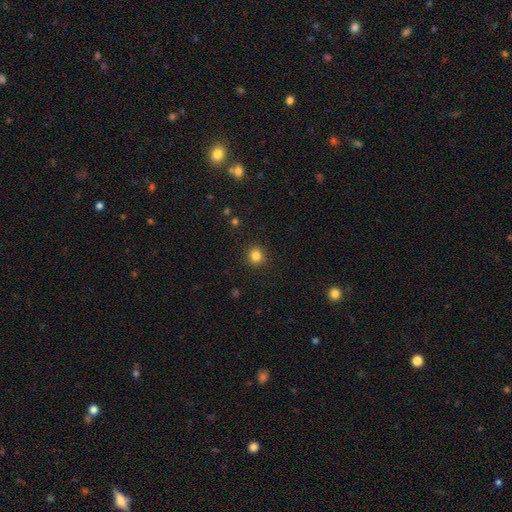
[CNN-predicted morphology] Overall: smooth (84%). How rounded: round (86%). Merging: none (91%).